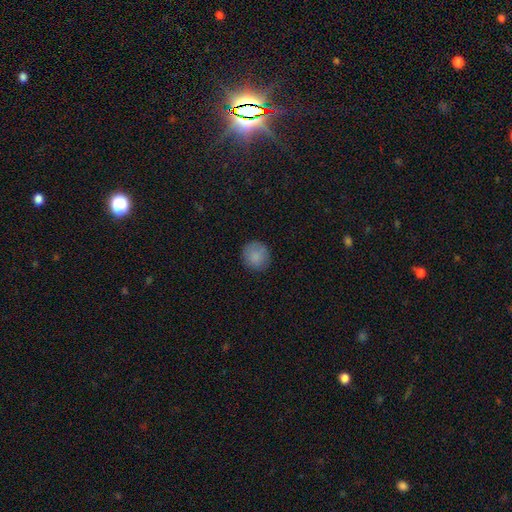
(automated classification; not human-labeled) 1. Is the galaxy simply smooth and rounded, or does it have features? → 87% smooth, 8% star or artifact, 5% featured or disk.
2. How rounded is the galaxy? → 90% round, 9% in between, 1% cigar-shaped.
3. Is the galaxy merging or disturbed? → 85% none, 11% minor disturbance, 3% major disturbance, 1% merger.